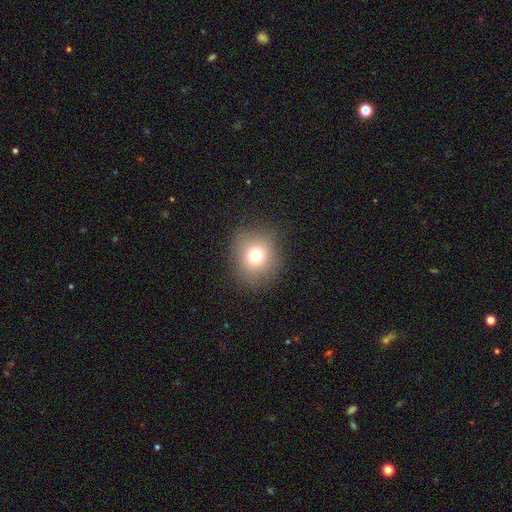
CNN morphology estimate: smooth_or_featured: smooth (p=0.74) [alt: star or artifact p=0.14]
how_rounded: round (p=0.83) [alt: in between p=0.16]
merging: none (p=0.85) [alt: minor disturbance p=0.10]